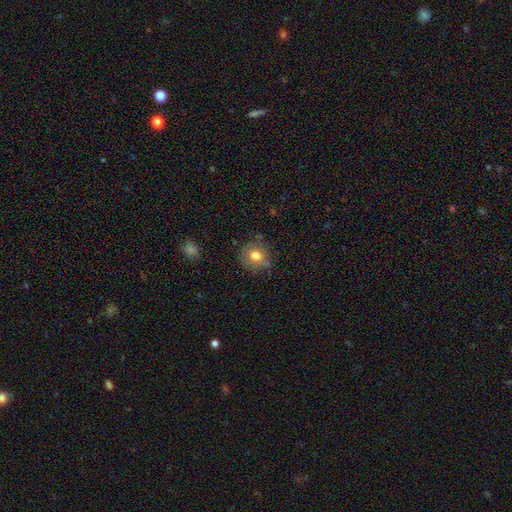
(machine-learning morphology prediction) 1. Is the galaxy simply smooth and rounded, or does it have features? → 75% smooth, 15% featured or disk, 10% star or artifact.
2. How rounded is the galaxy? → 78% round, 21% in between, 1% cigar-shaped.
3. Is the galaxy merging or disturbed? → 71% none, 20% minor disturbance, 5% major disturbance, 3% merger.